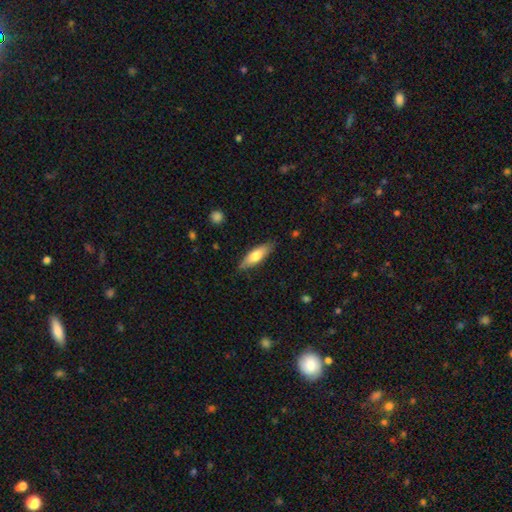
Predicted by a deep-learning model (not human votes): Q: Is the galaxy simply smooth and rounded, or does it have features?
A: smooth — 66%.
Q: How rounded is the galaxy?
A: cigar-shaped — 52%.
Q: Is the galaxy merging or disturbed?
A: none — 85%.